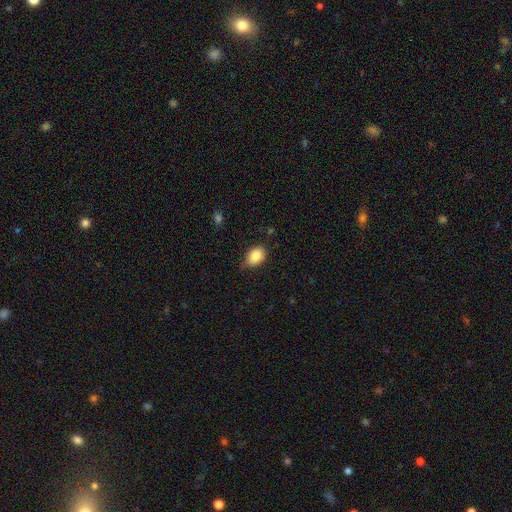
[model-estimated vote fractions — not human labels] smooth 84%, star or artifact 8%, featured or disk 8%. Down the decision tree: how rounded — in between (77%); merging — none (69%).